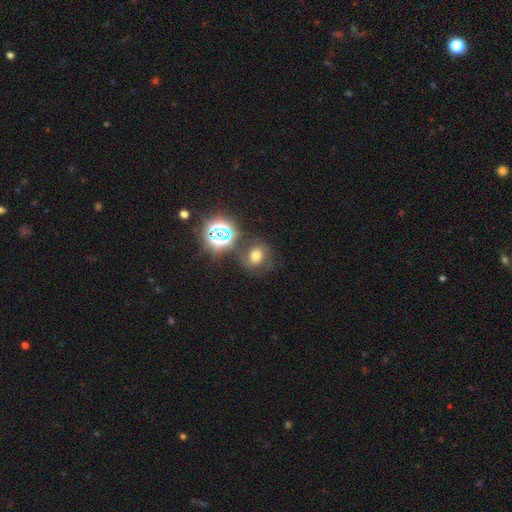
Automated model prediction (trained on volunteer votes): Overall: smooth (55%; star or artifact 26%). How rounded: round (67%; in between 32%). Merging: none (65%).